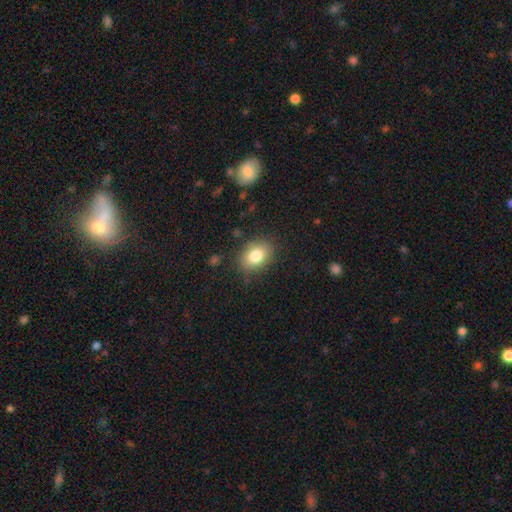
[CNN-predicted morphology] Smooth or featured? Predicted: smooth (p=0.82). How rounded? Predicted: in between (p=0.73). Merging? Predicted: none (p=0.84).